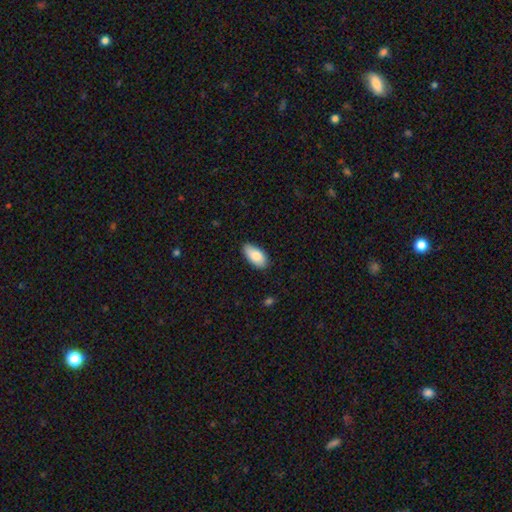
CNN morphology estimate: Overall: smooth (85%). How rounded: in between (94%). Merging: none (82%).